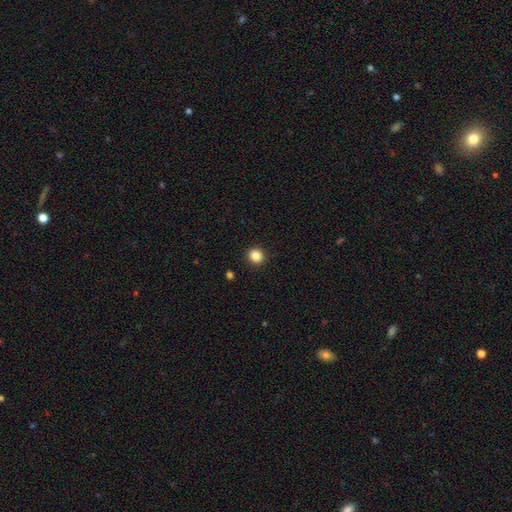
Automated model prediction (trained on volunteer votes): Smooth or featured? Predicted: smooth (p=0.85). How rounded? Predicted: round (p=0.86). Merging? Predicted: none (p=0.92).